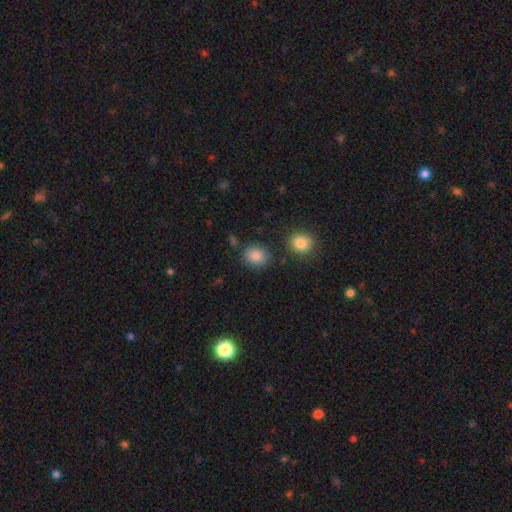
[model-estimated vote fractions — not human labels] Q: Smooth or featured?
A: smooth (86%); runner-up: star or artifact (9%)
Q: How rounded?
A: round (66%); runner-up: in between (33%)
Q: Merging?
A: none (82%); runner-up: minor disturbance (10%)